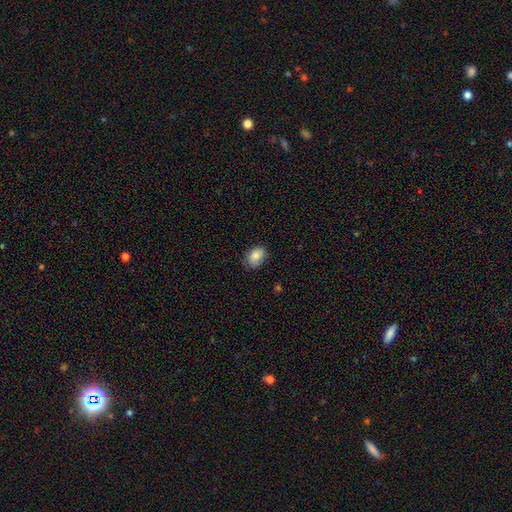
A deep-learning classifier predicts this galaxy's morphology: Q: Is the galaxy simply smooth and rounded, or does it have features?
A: smooth — 86%.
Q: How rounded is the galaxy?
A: in between — 81%.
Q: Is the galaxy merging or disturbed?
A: none — 77%.